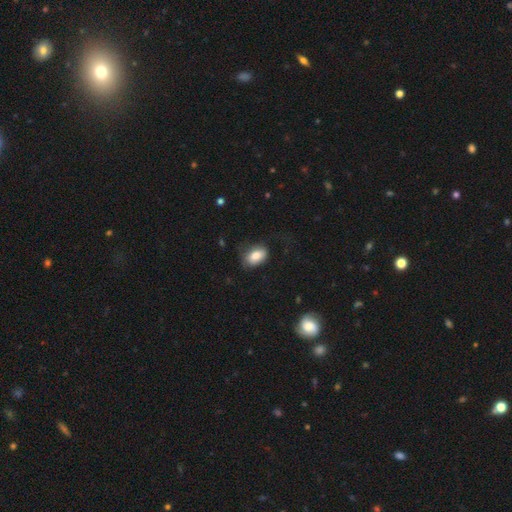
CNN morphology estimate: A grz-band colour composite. It shows a smooth galaxy with no disk features (83%) that is in between round and cigar-shaped (88%). Merging: none (64%).